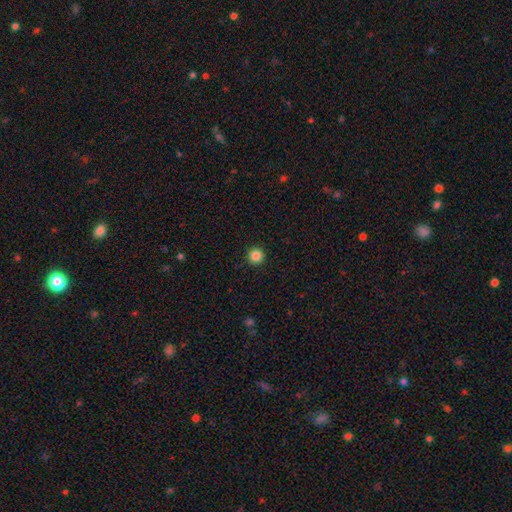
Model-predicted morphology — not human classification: Smooth or featured: smooth — 85% (star or artifact — 11%)
How rounded: round — 96% (in between — 3%)
Merging: none — 93% (minor disturbance — 4%)